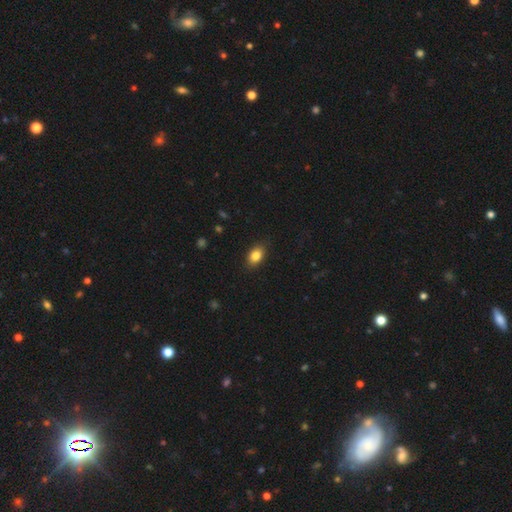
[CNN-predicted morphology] This appears to be a smooth galaxy with no disk features (84%) that is in between round and cigar-shaped (84%). Merging: none (86%).